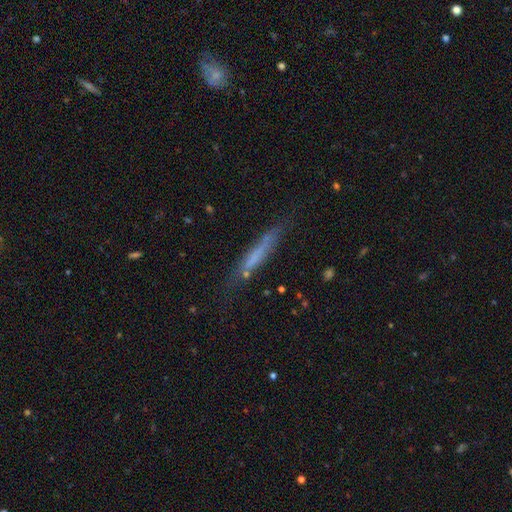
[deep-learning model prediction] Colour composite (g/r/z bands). It shows a smooth galaxy with no disk features (54%) that is cigar-shaped (92%). Merging: none (67%).